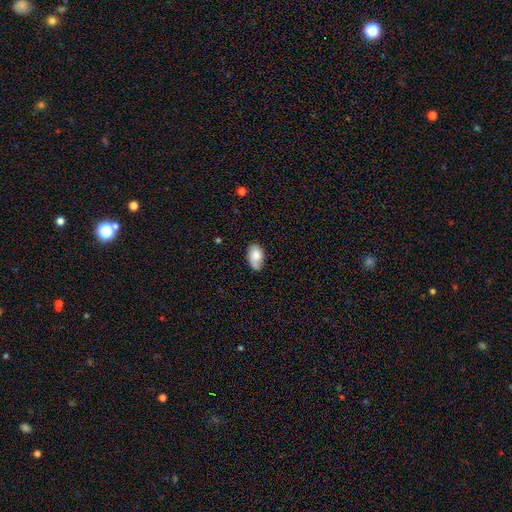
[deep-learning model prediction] Q: Smooth or featured?
A: smooth (71%); runner-up: featured or disk (21%)
Q: How rounded?
A: in between (90%); runner-up: round (8%)
Q: Merging?
A: none (56%); runner-up: minor disturbance (31%)